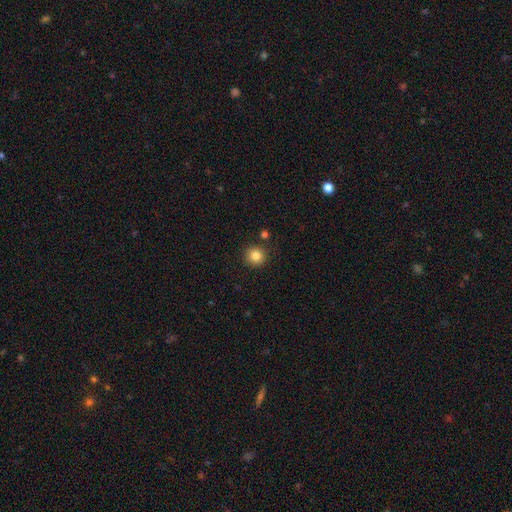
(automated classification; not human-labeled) Overall: smooth (84%). How rounded: round (93%). Merging: none (88%).